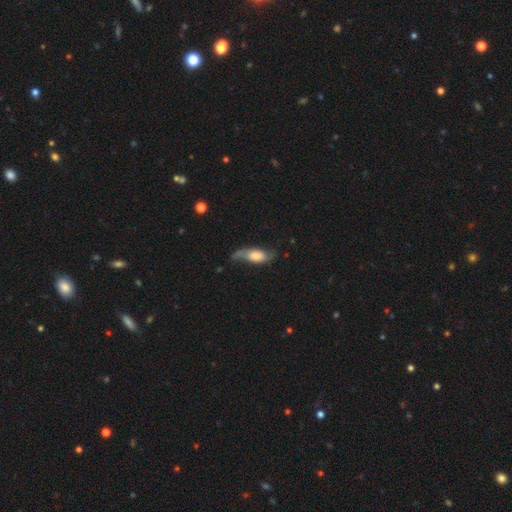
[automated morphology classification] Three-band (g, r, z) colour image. It shows a featured or disk galaxy (53%). Merging: none (50%).